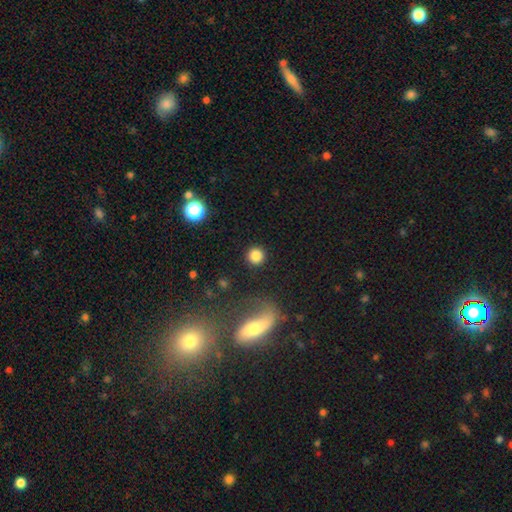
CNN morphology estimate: smooth_or_featured: smooth (p=0.83) [alt: star or artifact p=0.11]
how_rounded: round (p=0.94) [alt: in between p=0.05]
merging: none (p=0.90) [alt: minor disturbance p=0.06]